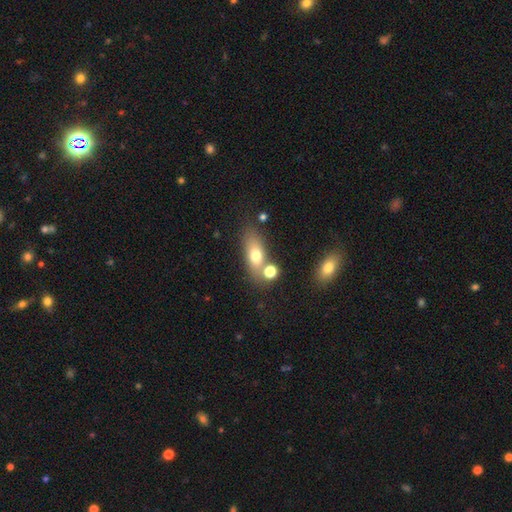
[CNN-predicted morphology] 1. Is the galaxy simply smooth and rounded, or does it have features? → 69% smooth, 20% featured or disk, 11% star or artifact.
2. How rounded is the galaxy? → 69% in between, 19% cigar-shaped, 13% round.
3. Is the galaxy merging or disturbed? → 57% none, 23% merger, 14% minor disturbance, 6% major disturbance.